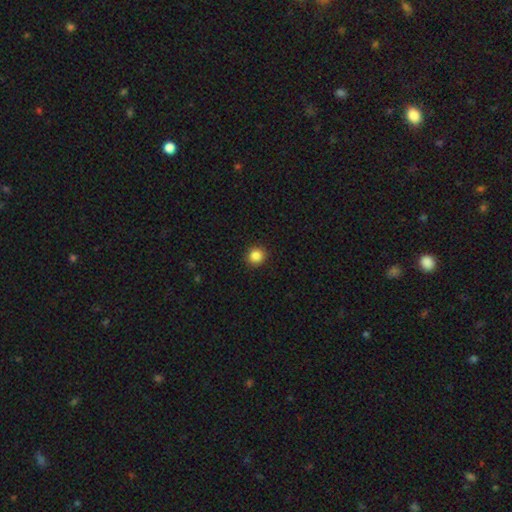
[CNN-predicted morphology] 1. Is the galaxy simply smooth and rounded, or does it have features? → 86% smooth, 10% star or artifact, 3% featured or disk.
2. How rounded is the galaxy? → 91% round, 8% in between, 1% cigar-shaped.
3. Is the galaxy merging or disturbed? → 92% none, 5% minor disturbance, 2% major disturbance, 1% merger.